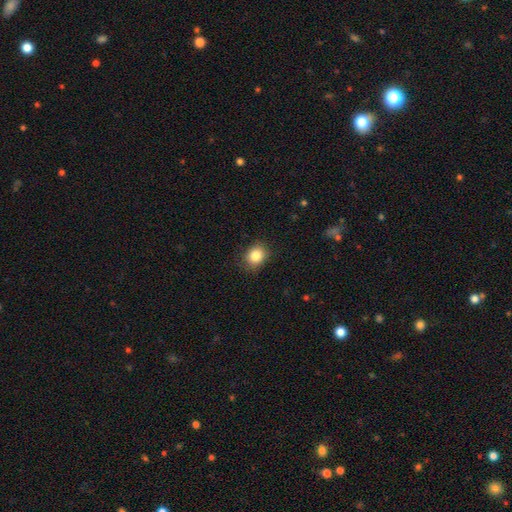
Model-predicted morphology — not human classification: This appears to be a smooth galaxy with no disk features (85%) that is round (65%). Merging: none (85%).